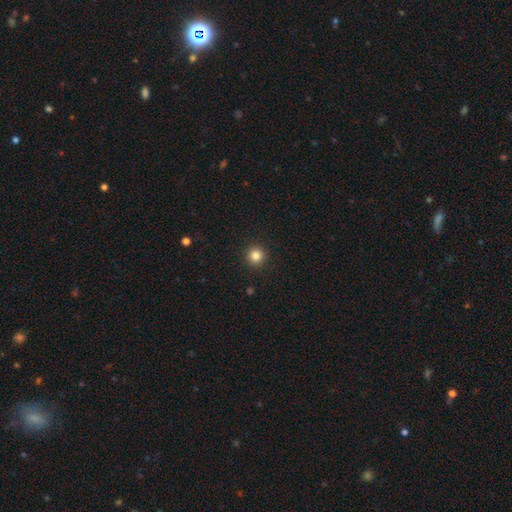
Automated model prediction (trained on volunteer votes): The model was most divided on "smooth or featured": smooth: 84%, star or artifact: 12%, featured or disk: 5%. More confident: how rounded — round (96%); merging — none (93%).